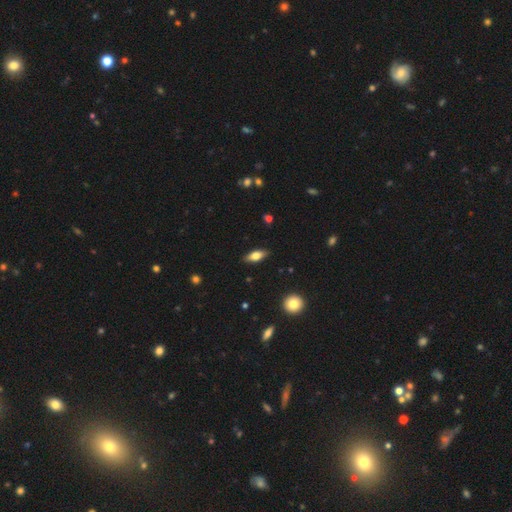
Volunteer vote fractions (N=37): This appears to be a smooth galaxy with no disk features (65%) that is in between round and cigar-shaped (88%). Merging: none (89%).